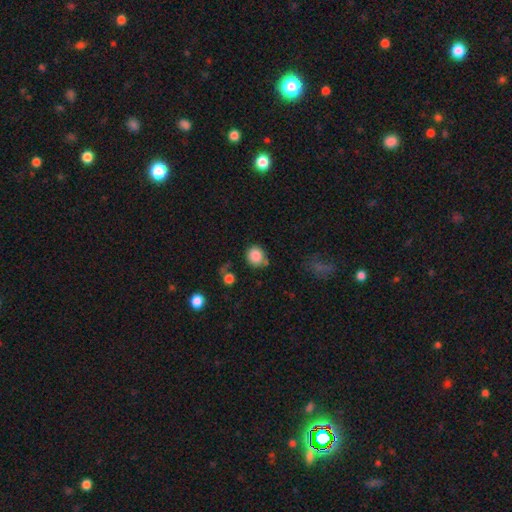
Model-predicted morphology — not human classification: This appears to be a smooth galaxy with no disk features (85%) that is round (86%). Merging: none (69%).